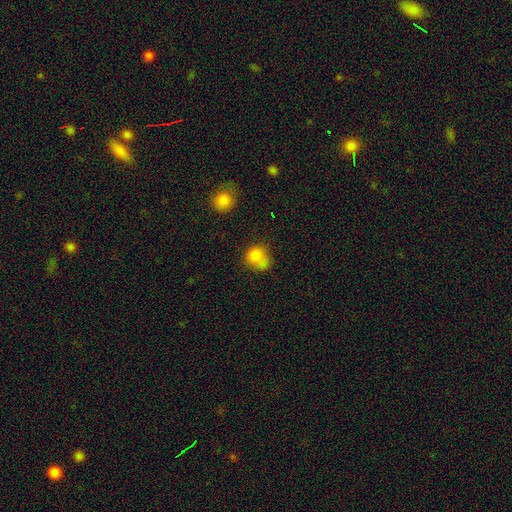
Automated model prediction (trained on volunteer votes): Overall: smooth (78%). How rounded: round (74%). Merging: none (41%; merger 30%).